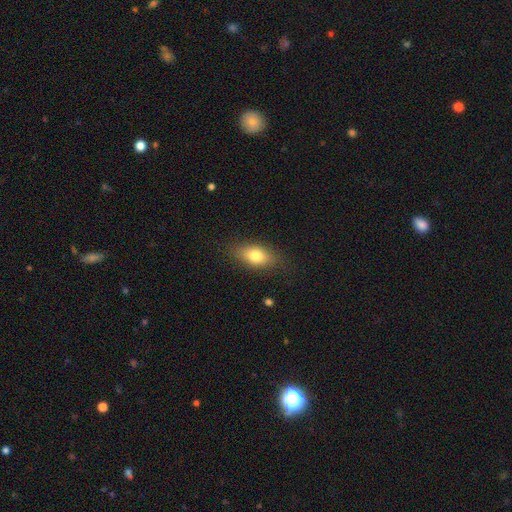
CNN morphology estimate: smooth 77%, featured or disk 14%, star or artifact 8%. Down the decision tree: how rounded — in between (83%); merging — none (82%).